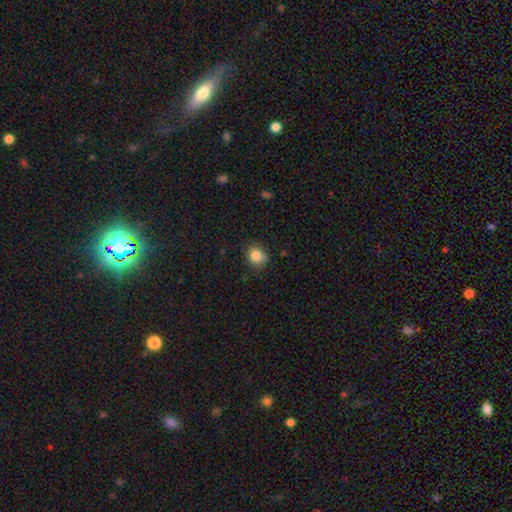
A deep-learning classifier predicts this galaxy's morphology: This appears to be a smooth galaxy with no disk features (83%) that is round (81%). Merging: none (72%).